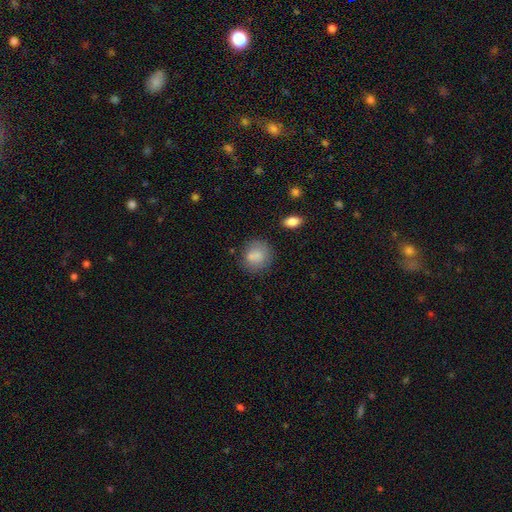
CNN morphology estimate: This is clearly a smooth galaxy (82%). How rounded: likely round (77%). Merging: likely none (71%).